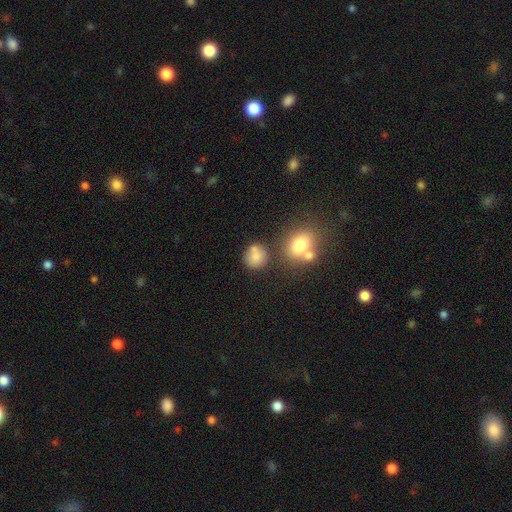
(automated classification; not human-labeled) smooth 79%, star or artifact 11%, featured or disk 10%. Down the decision tree: how rounded — round (85%); merging — none (64%).